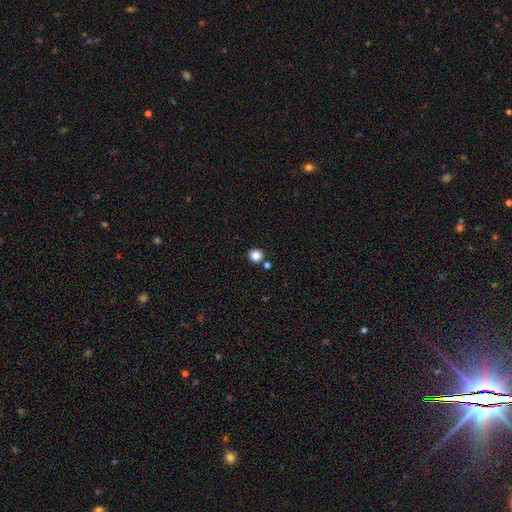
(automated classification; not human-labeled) smooth_or_featured: smooth (p=0.85) [alt: star or artifact p=0.11]
how_rounded: round (p=0.91) [alt: in between p=0.08]
merging: none (p=0.83) [alt: merger p=0.09]